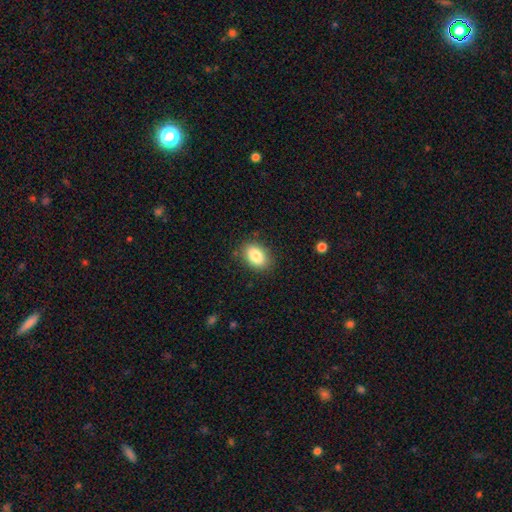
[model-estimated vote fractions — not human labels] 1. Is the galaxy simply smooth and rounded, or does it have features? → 85% smooth, 8% star or artifact, 7% featured or disk.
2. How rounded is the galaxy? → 86% in between, 12% round, 2% cigar-shaped.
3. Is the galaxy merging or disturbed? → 84% none, 11% minor disturbance, 3% major disturbance, 1% merger.